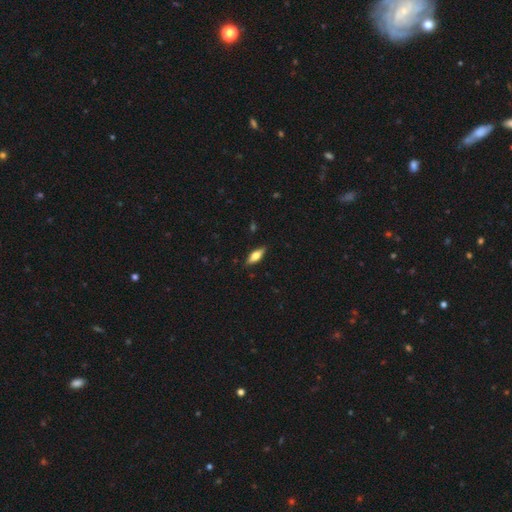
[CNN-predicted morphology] Overall: smooth (57%; featured or disk 37%). How rounded: in between (60%; cigar-shaped 37%). Merging: none (87%).